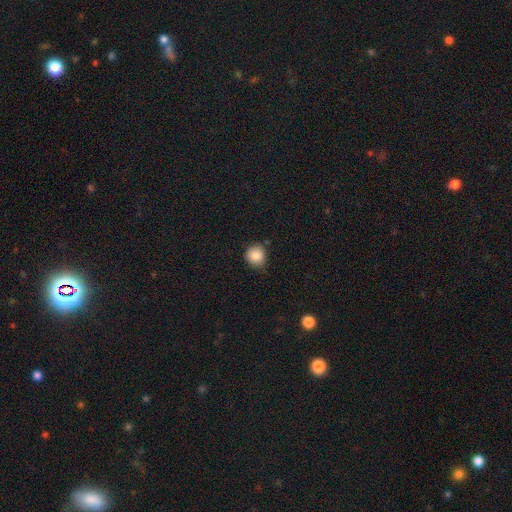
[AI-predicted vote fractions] Overall: smooth (86%). How rounded: round (86%). Merging: none (73%).